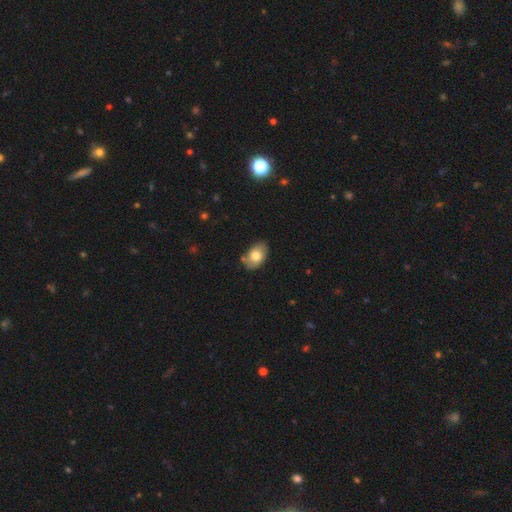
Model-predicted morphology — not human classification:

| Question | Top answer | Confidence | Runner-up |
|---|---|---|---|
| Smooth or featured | smooth | 75% | featured or disk (17%) |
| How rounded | in between | 84% | round (14%) |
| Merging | none | 72% | minor disturbance (19%) |